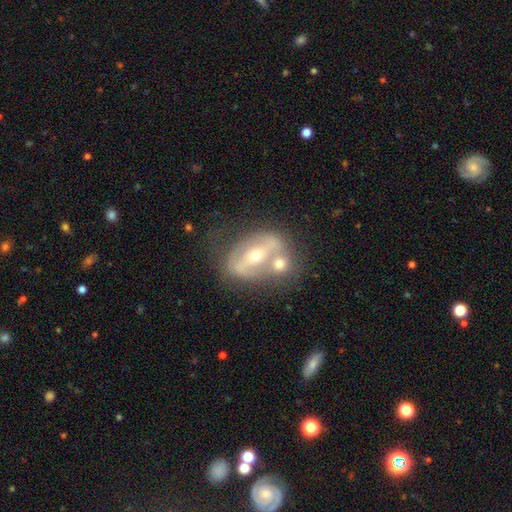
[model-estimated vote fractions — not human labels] Q: Smooth or featured?
A: featured or disk (77%); runner-up: smooth (16%)
Q: Edge-on disk?
A: no (89%); runner-up: yes (11%)
Q: Bar?
A: strong (56%); runner-up: weak (23%)
Q: Spiral arms?
A: no (55%); runner-up: yes (45%)
Q: Bulge size?
A: moderate (60%); runner-up: small (35%)
Q: Merging?
A: none (44%); runner-up: merger (32%)